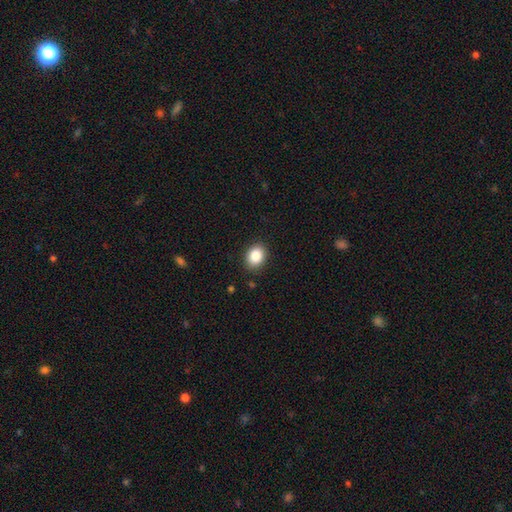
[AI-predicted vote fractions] Smooth or featured?
  - smooth: 86% *
  - star or artifact: 8%
  - featured or disk: 5%
How rounded?
  - in between: 62% *
  - round: 37%
  - cigar-shaped: 1%
Merging?
  - none: 88% *
  - minor disturbance: 9%
  - major disturbance: 2%
  - merger: 1%